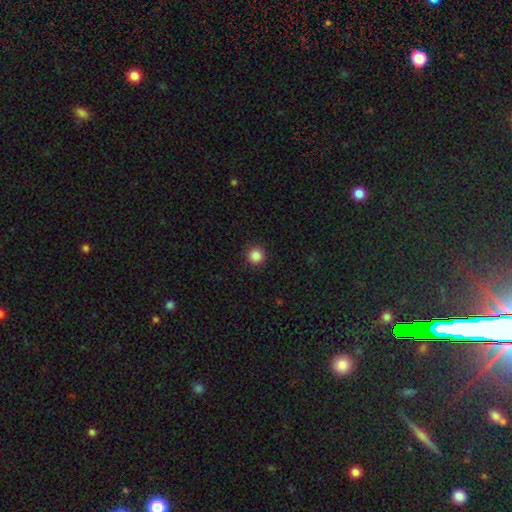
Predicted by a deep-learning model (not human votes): This appears to be a smooth galaxy with no disk features (87%) that is round (95%). Merging: none (92%).